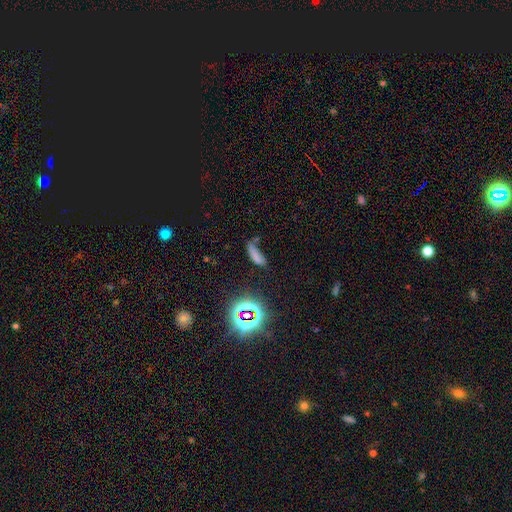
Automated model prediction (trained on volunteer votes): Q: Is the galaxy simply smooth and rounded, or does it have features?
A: smooth — 62%.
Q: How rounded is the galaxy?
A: cigar-shaped — 49%.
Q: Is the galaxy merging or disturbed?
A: none — 47%.